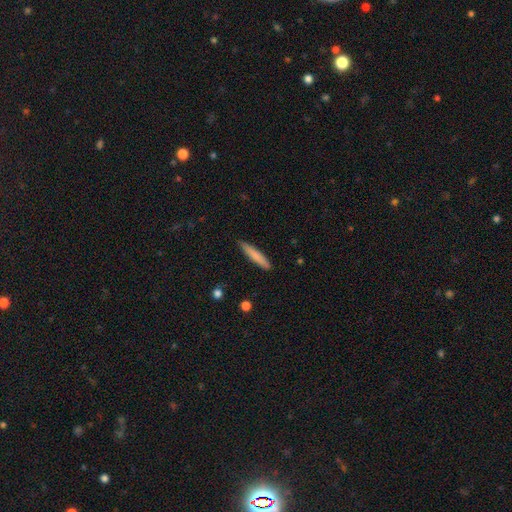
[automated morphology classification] Q: Smooth or featured?
A: smooth (77%); runner-up: featured or disk (18%)
Q: How rounded?
A: cigar-shaped (93%); runner-up: in between (6%)
Q: Merging?
A: none (87%); runner-up: minor disturbance (10%)